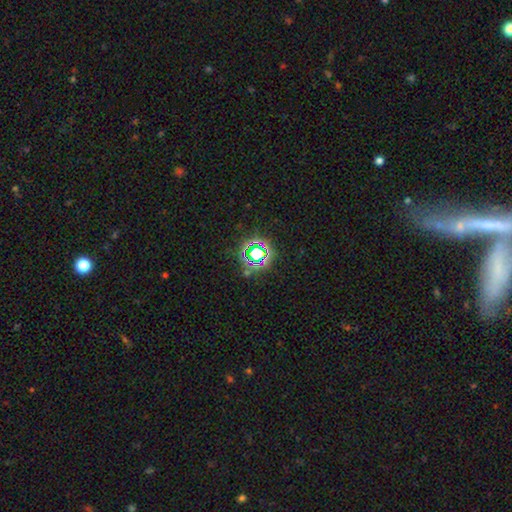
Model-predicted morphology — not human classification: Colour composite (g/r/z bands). It shows a star or artifact, not a galaxy (69%).